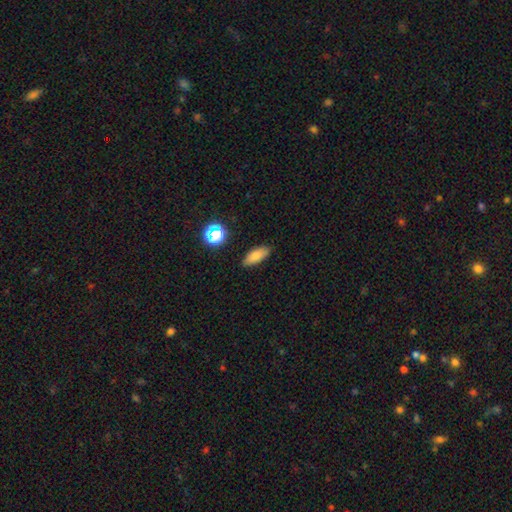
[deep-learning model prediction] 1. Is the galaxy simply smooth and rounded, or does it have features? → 81% smooth, 10% star or artifact, 9% featured or disk.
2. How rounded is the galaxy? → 76% in between, 20% cigar-shaped, 4% round.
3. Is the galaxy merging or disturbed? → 86% none, 10% minor disturbance, 2% major disturbance, 2% merger.